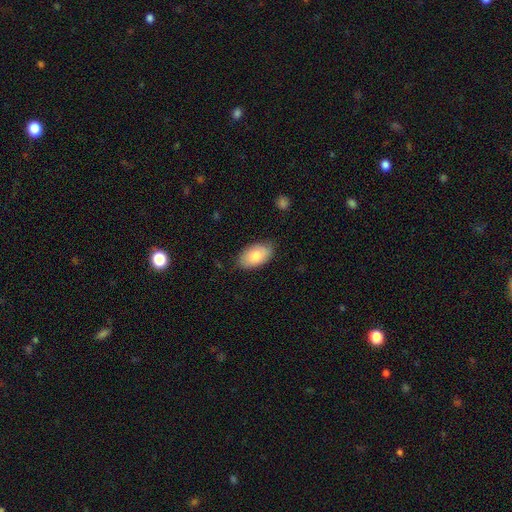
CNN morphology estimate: smooth 81%, featured or disk 13%, star or artifact 6%. Down the decision tree: how rounded — in between (95%); merging — none (79%).